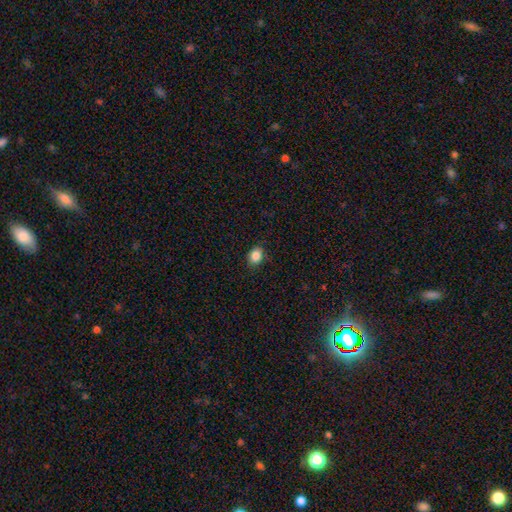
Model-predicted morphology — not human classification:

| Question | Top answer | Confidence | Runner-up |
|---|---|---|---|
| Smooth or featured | smooth | 86% | star or artifact (10%) |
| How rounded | in between | 50% | round (49%) |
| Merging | none | 87% | minor disturbance (10%) |